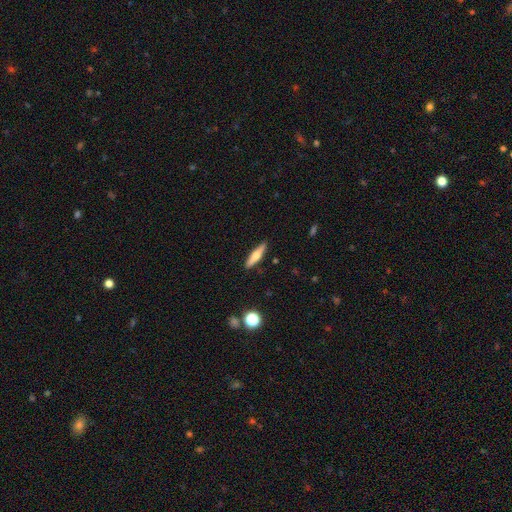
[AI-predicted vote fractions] smooth-or-featured: smooth: 51% | featured or disk: 43% | star or artifact: 7%
  how-rounded: cigar-shaped: 79% | in between: 19% | round: 2%
  merging: none: 89% | minor disturbance: 8% | major disturbance: 2% | merger: 1%